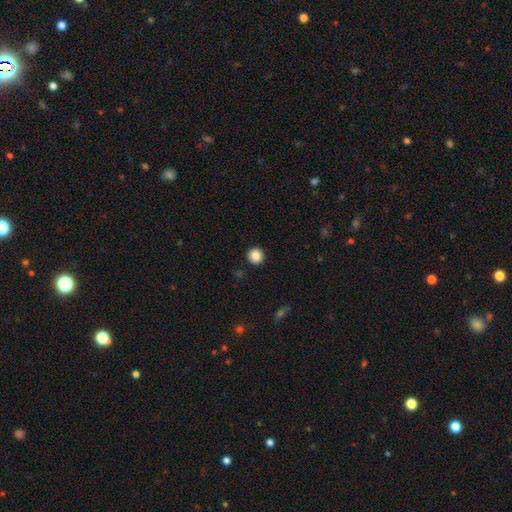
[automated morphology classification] type=smooth (87%); roundness=round (93%); merging=none (92%).